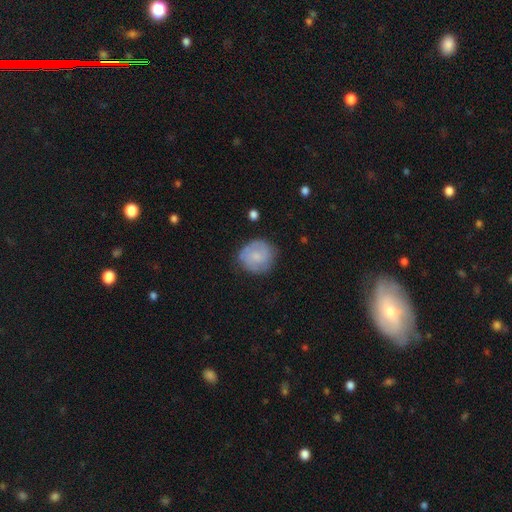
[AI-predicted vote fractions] smooth 62%, featured or disk 32%, star or artifact 7%. Down the decision tree: how rounded — round (84%); merging — none (74%).